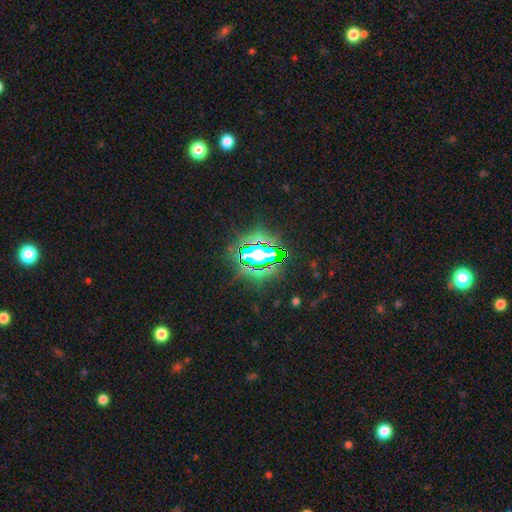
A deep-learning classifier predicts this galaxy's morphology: Smooth or featured? star or artifact (82%)